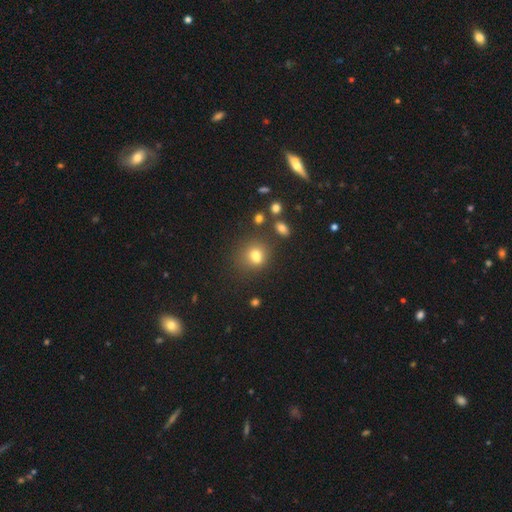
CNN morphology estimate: The model was most divided on "merging": none: 54%, merger: 24%, minor disturbance: 15%, major disturbance: 7%. More confident: smooth or featured — smooth (73%); how rounded — round (66%).